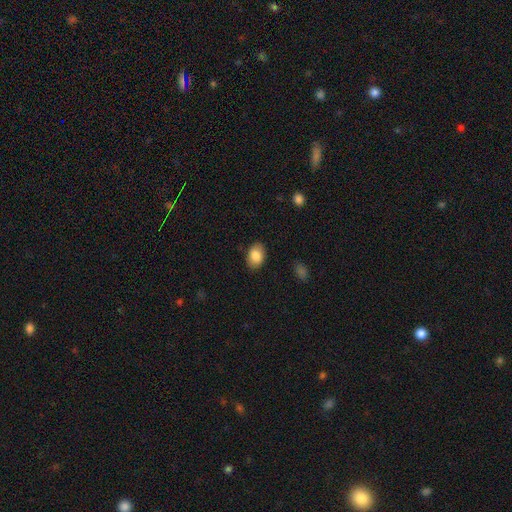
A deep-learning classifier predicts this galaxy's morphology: This is clearly a smooth galaxy (85%). How rounded: clearly in between (84%). Merging: clearly none (86%).